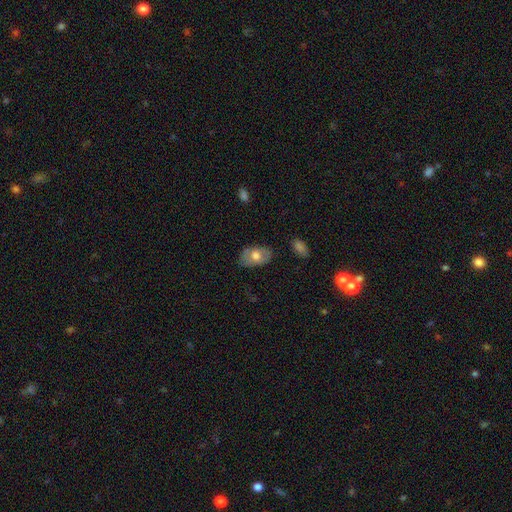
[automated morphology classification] The model was most divided on "smooth or featured": smooth: 58%, featured or disk: 36%, star or artifact: 6%. More confident: how rounded — in between (89%); merging — none (74%).